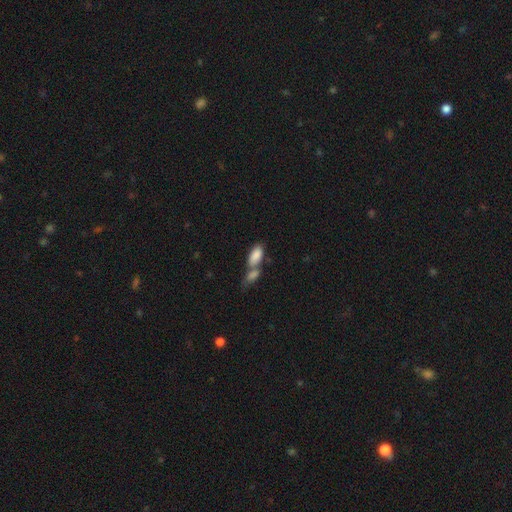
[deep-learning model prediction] This appears to be a smooth galaxy with no disk features (84%) that is in between round and cigar-shaped (91%). Merging: merger (60%).